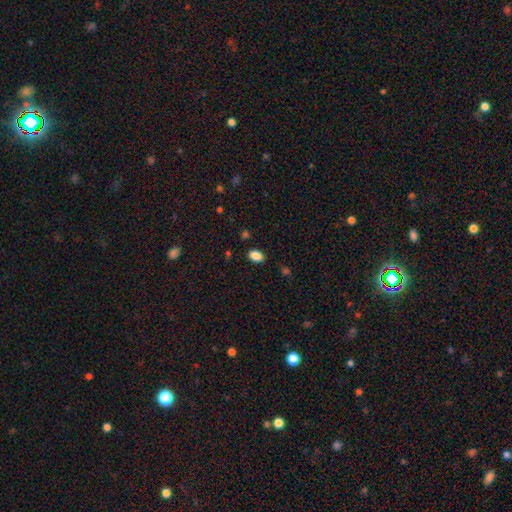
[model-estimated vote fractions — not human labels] A smooth galaxy with no disk features (87%) that is in between round and cigar-shaped (83%). Merging: none (87%).